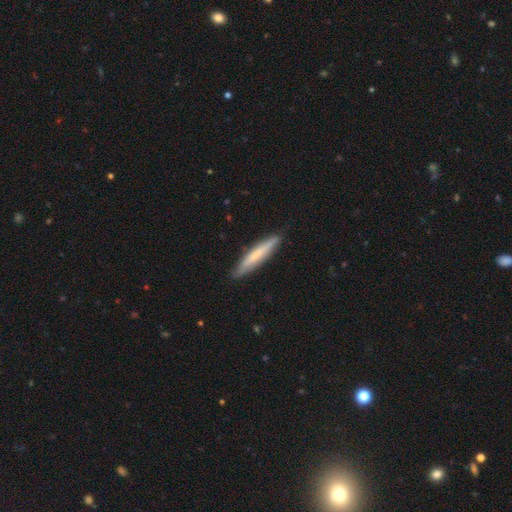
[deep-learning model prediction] smooth-or-featured: smooth: 64% | featured or disk: 31% | star or artifact: 5%
  how-rounded: cigar-shaped: 93% | in between: 6% | round: 1%
  merging: none: 88% | minor disturbance: 9% | major disturbance: 2% | merger: 1%